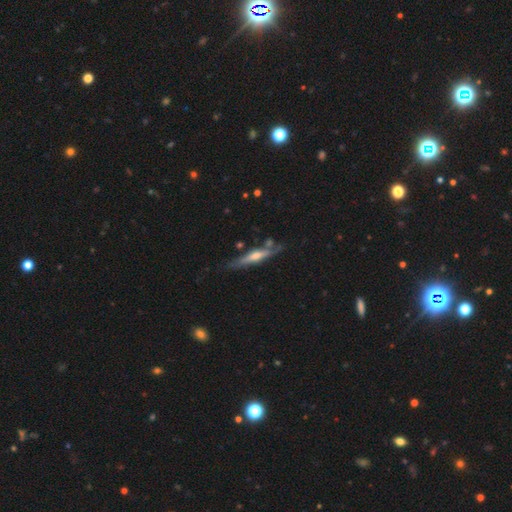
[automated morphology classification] This is likely a featured or disk galaxy (69%). It is clearly viewed edge-on (90%). Edge-on bulge: likely rounded (74%). Merging: likely none (70%).